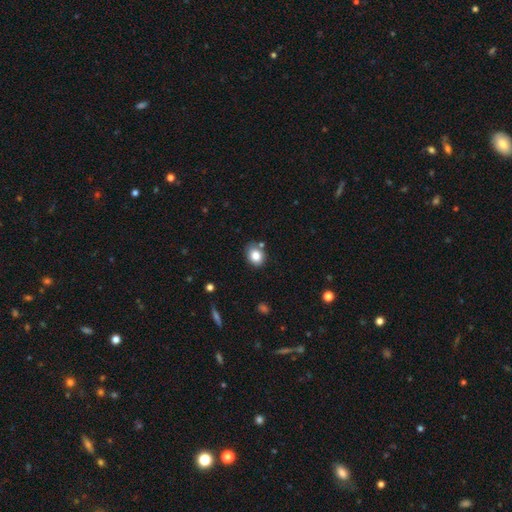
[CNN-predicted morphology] Smooth or featured? smooth (82%)
How rounded? round (50%)
Merging? none (75%)